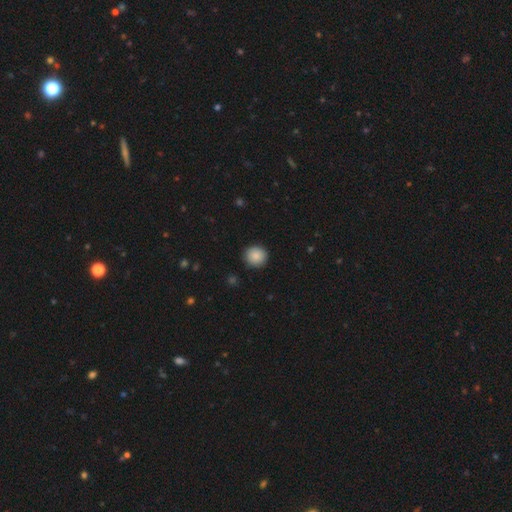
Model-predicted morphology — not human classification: A smooth galaxy with no disk features (88%) that is round (93%). Merging: none (92%).